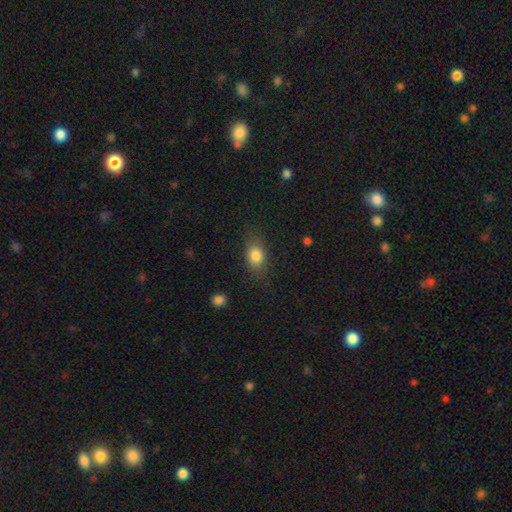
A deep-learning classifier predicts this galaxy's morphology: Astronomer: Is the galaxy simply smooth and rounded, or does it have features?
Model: smooth — 83%.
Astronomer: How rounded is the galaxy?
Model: in between — 72%.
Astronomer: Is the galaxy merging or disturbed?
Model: none — 76%.